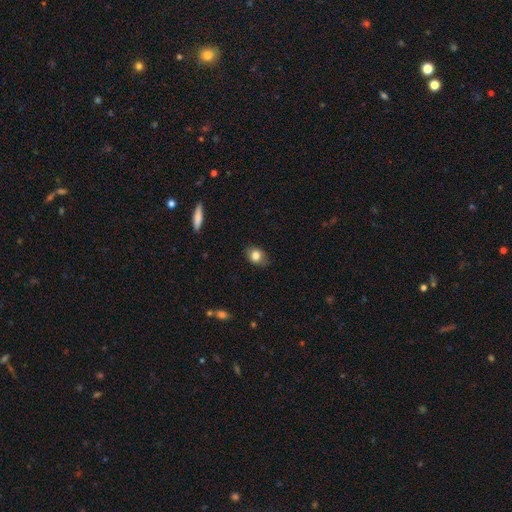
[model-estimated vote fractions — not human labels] Morphology: type=smooth (80%); roundness=in between (61%); merging=none (78%).